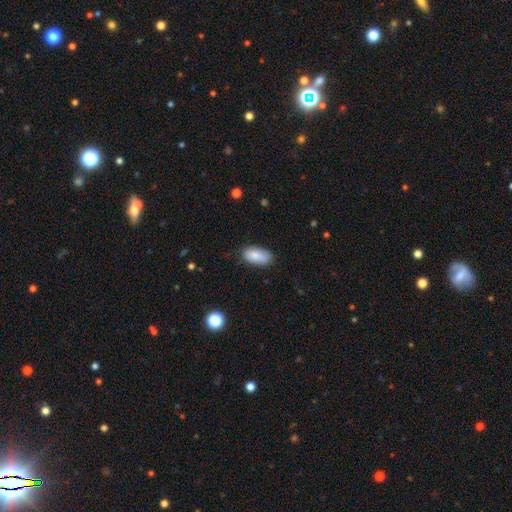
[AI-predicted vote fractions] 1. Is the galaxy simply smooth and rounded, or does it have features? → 86% smooth, 8% featured or disk, 7% star or artifact.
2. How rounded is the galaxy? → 92% in between, 6% cigar-shaped, 3% round.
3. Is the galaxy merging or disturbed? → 75% none, 20% minor disturbance, 4% major disturbance, 2% merger.